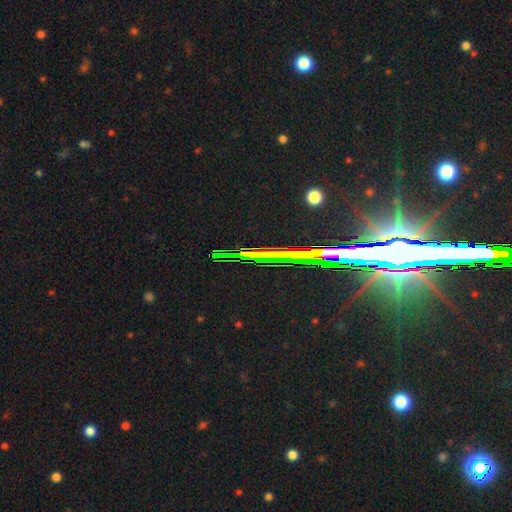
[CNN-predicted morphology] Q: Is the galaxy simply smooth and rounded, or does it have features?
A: star or artifact — 78%.